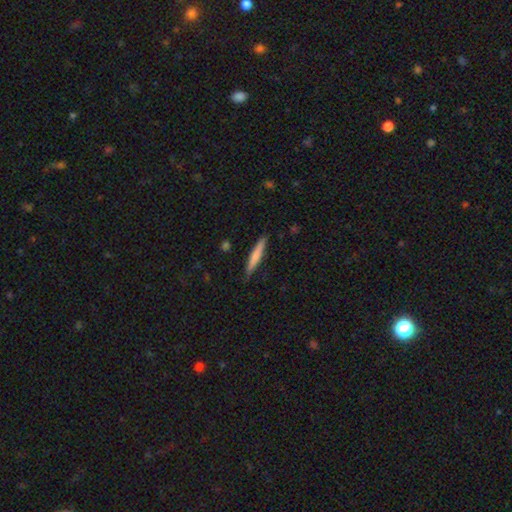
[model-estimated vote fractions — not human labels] Smooth or featured? smooth (65%)
How rounded? cigar-shaped (95%)
Merging? none (87%)